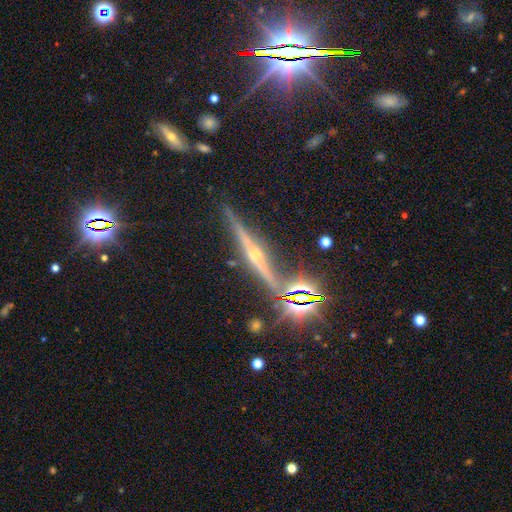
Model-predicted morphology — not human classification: smooth-or-featured: featured or disk: 76% | star or artifact: 16% | smooth: 9%
  disk-edge-on: yes: 97% | no: 3%
    edge-on-bulge: rounded: 92% | none: 4% | boxy: 4%
  merging: none: 85% | minor disturbance: 9% | merger: 3% | major disturbance: 2%